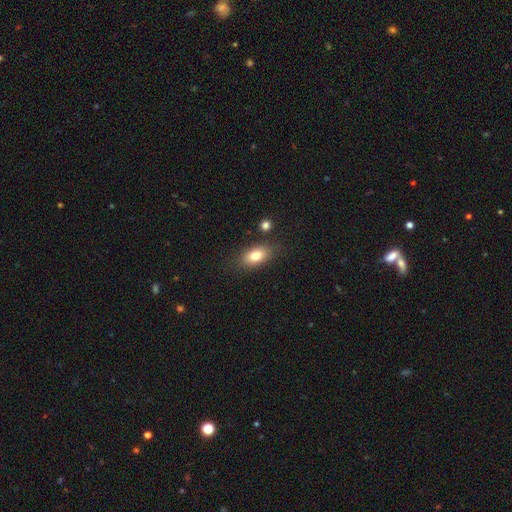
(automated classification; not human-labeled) This is likely a smooth galaxy (80%). How rounded: clearly in between (86%). Merging: clearly none (81%).